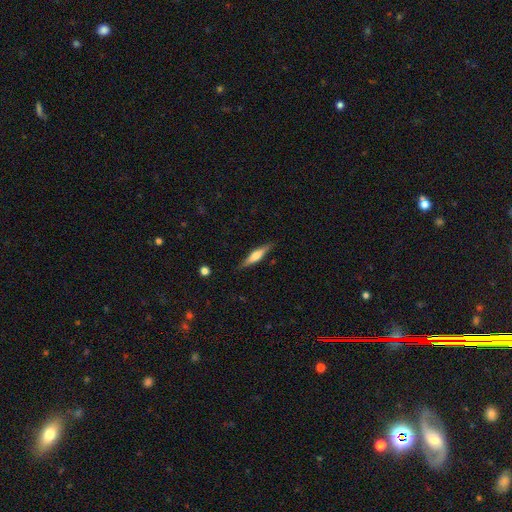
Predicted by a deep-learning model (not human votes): A featured or disk galaxy (54%) viewed edge-on (95%) with a rounded central bulge (77%).

Vote fractions:
- Smooth or featured? featured or disk: 54% / smooth: 40% / star or artifact: 6%
- Edge-on disk? yes: 95% / no: 5%
- Edge-on bulge? rounded: 77% / boxy: 16% / none: 7%
- Merging? none: 87% / minor disturbance: 9% / major disturbance: 2% / merger: 1%